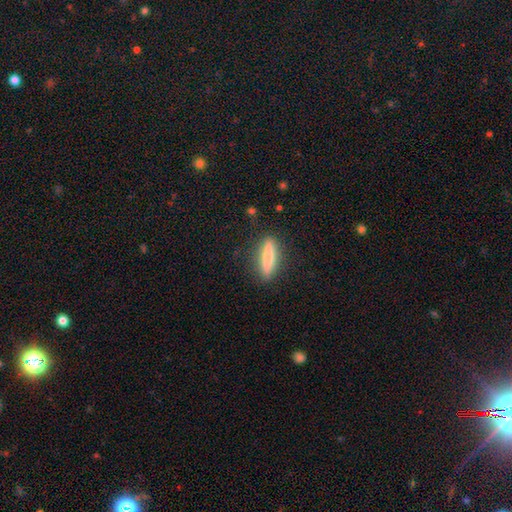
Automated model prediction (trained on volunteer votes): Smooth or featured? Predicted: smooth (p=0.71). How rounded? Predicted: cigar-shaped (p=0.83). Merging? Predicted: none (p=0.88).